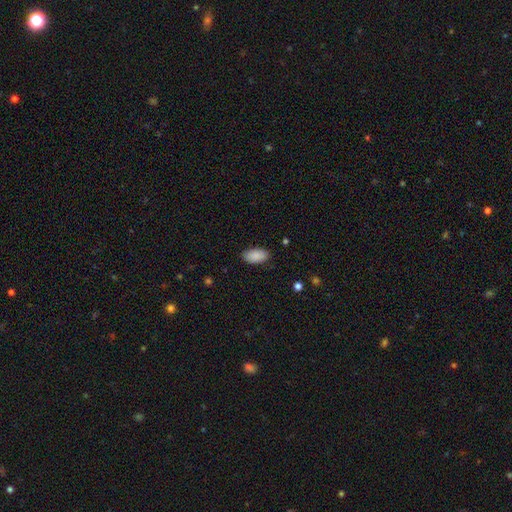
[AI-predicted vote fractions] Smooth or featured? Predicted: smooth (p=0.90). How rounded? Predicted: in between (p=0.95). Merging? Predicted: none (p=0.87).